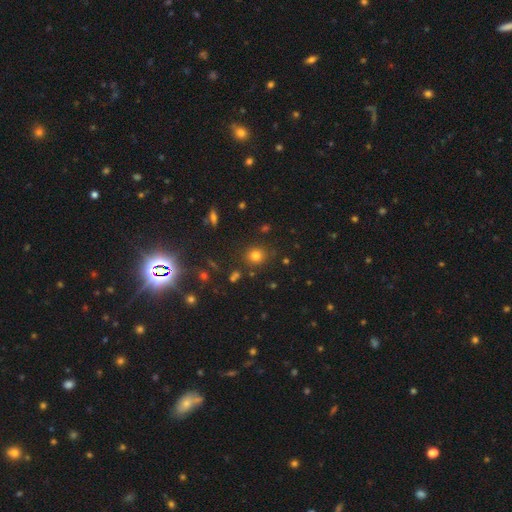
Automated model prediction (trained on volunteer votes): The model was most divided on "smooth or featured": smooth: 74%, star or artifact: 19%, featured or disk: 8%. More confident: how rounded — round (85%); merging — none (83%).